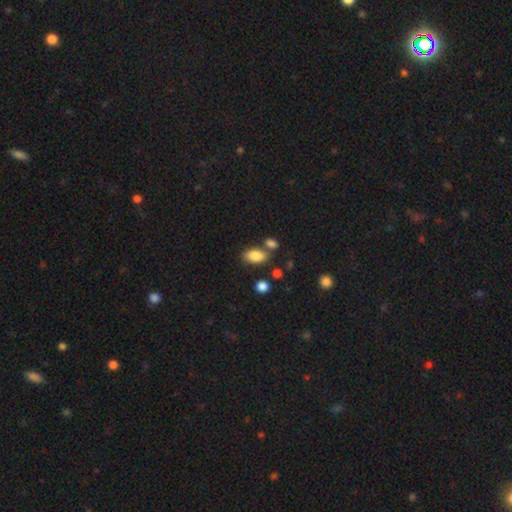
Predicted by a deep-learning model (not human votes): The model was most divided on "merging": none: 66%, merger: 17%, minor disturbance: 13%, major disturbance: 4%. More confident: how rounded — in between (90%); smooth or featured — smooth (85%).